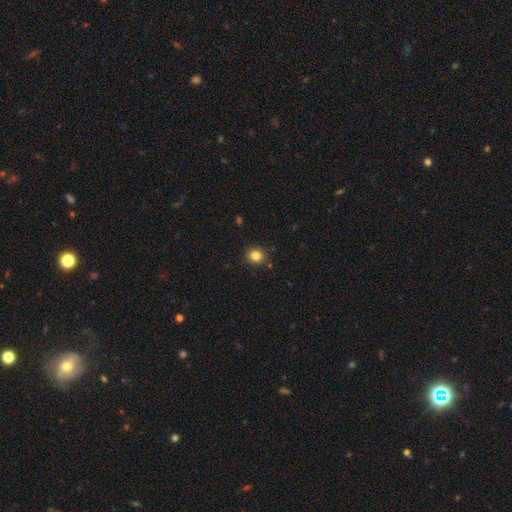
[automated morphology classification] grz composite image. It shows a smooth galaxy with no disk features (83%) that is round (86%). Merging: none (90%).